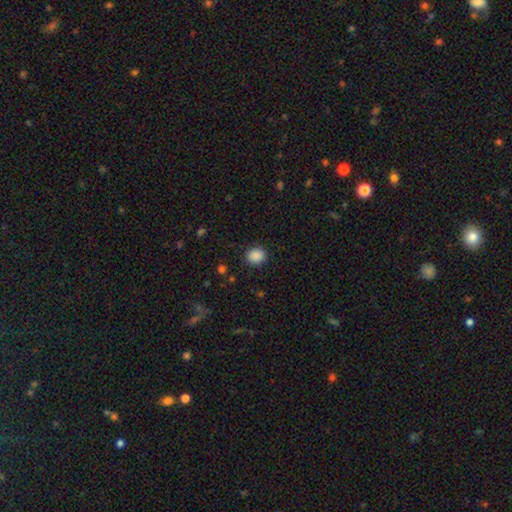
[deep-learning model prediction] A smooth galaxy with no disk features (88%) that is round (73%). Merging: none (88%).